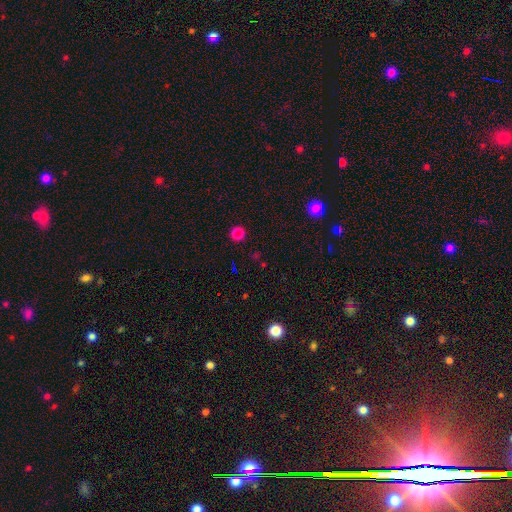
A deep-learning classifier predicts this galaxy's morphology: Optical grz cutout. It shows a smooth galaxy with no disk features (66%) that is round (93%). Merging: none (91%).